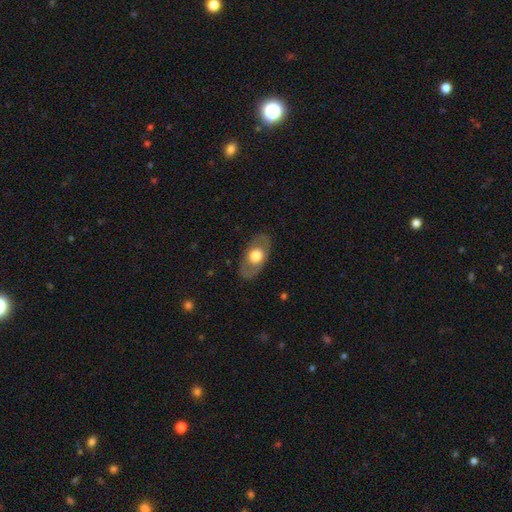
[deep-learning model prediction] Smooth or featured? Predicted: smooth (p=0.53). How rounded? Predicted: in between (p=0.86). Merging? Predicted: none (p=0.82).